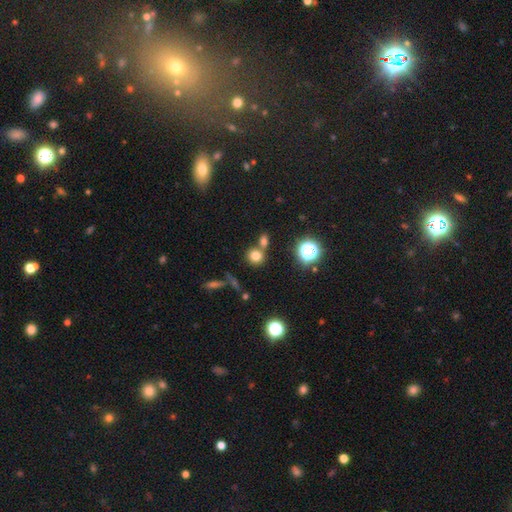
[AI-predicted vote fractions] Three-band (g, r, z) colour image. It shows a smooth galaxy with no disk features (73%) that is round (83%). Merging: none (58%).